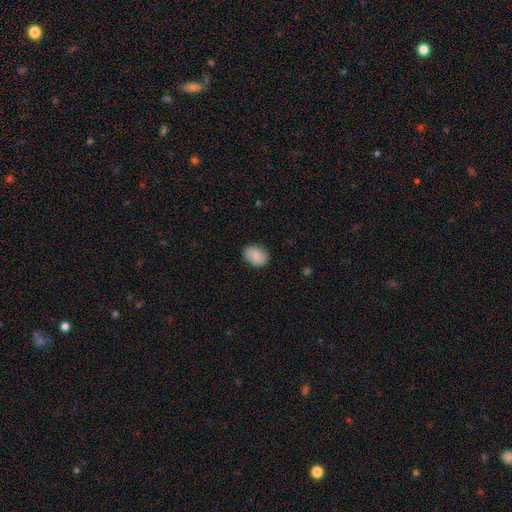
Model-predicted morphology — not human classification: smooth 86%, featured or disk 7%, star or artifact 7%. Down the decision tree: how rounded — in between (70%); merging — none (84%).